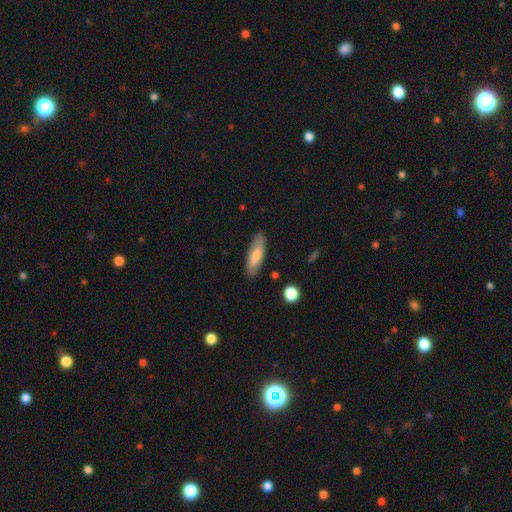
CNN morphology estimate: Smooth or featured? Predicted: smooth (p=0.74). How rounded? Predicted: in between (p=0.50). Merging? Predicted: none (p=0.82).